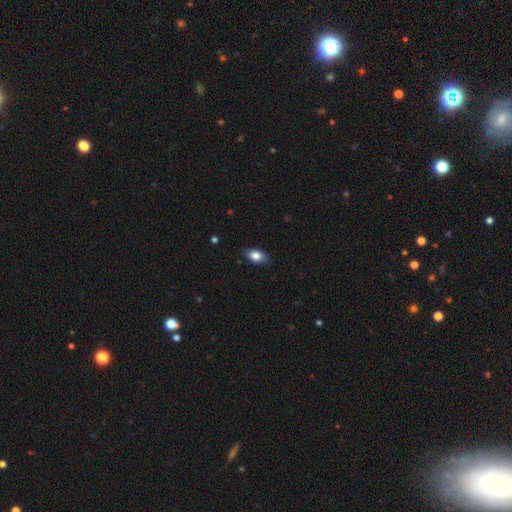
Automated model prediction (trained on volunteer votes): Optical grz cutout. It shows a smooth galaxy with no disk features (83%) that is in between round and cigar-shaped (88%). Merging: none (83%).